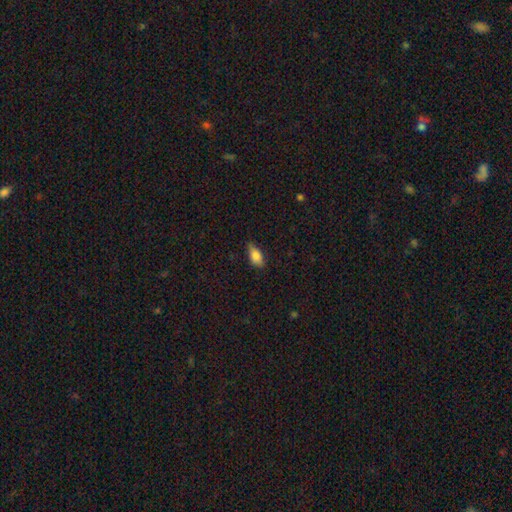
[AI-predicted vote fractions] Smooth or featured? Predicted: smooth (p=0.83). How rounded? Predicted: in between (p=0.87). Merging? Predicted: none (p=0.72).